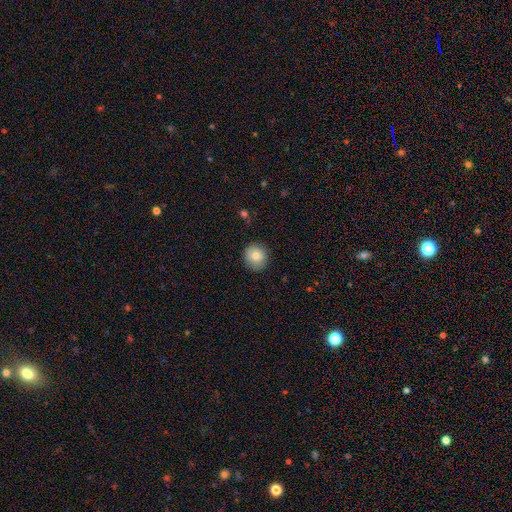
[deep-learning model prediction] Smooth or featured: smooth — 83% (star or artifact — 9%)
How rounded: round — 90% (in between — 9%)
Merging: none — 88% (minor disturbance — 9%)